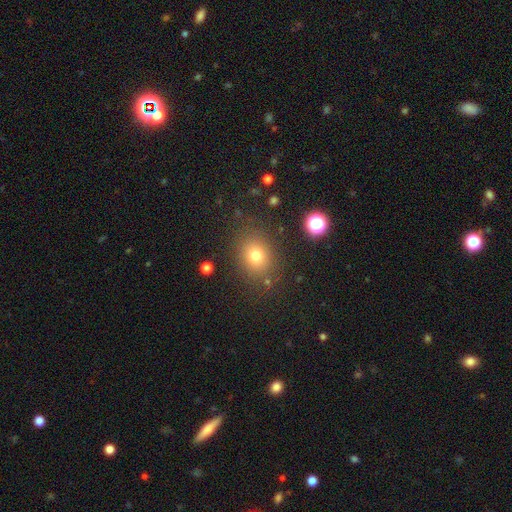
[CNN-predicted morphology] The model was most divided on "how rounded": round: 60%, in between: 39%, cigar-shaped: 1%. More confident: merging — none (83%); smooth or featured — smooth (75%).